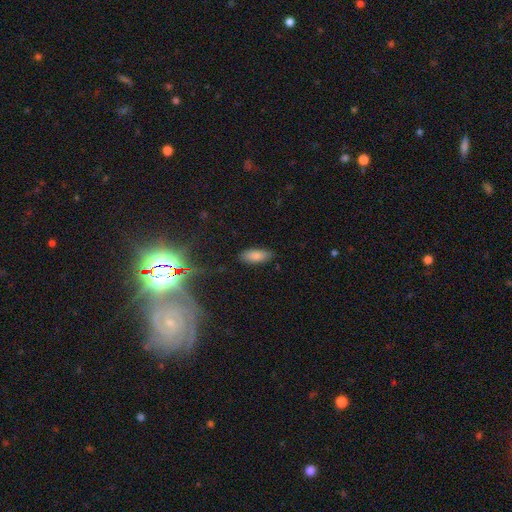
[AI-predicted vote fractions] smooth-or-featured: smooth: 84% | star or artifact: 9% | featured or disk: 7%
  how-rounded: in between: 83% | cigar-shaped: 15% | round: 2%
  merging: none: 85% | minor disturbance: 11% | major disturbance: 3% | merger: 1%